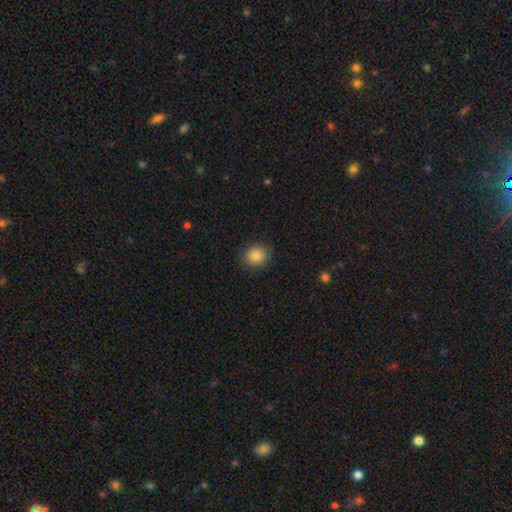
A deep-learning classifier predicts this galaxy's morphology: The model was most divided on "how rounded": round: 76%, in between: 23%, cigar-shaped: 1%. More confident: merging — none (88%); smooth or featured — smooth (85%).